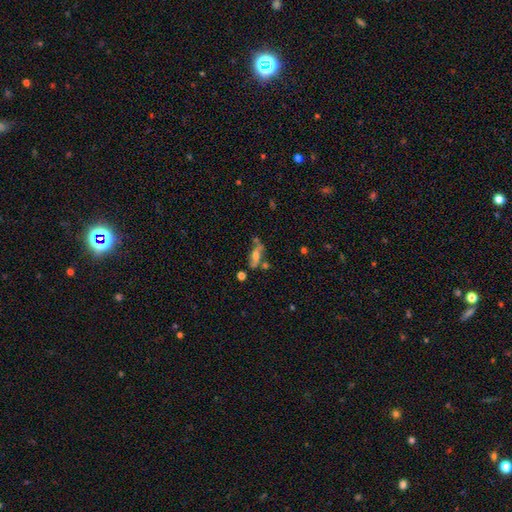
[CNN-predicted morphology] smooth_or_featured: featured or disk (p=0.45) [alt: smooth p=0.44]
merging: none (p=0.49) [alt: minor disturbance p=0.21]